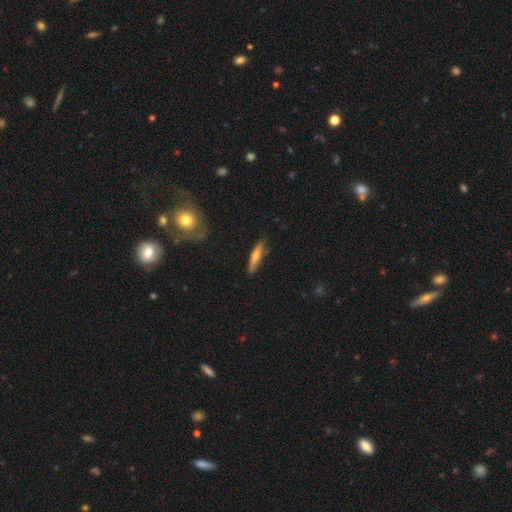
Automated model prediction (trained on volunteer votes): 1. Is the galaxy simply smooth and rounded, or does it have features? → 56% smooth, 38% featured or disk, 6% star or artifact.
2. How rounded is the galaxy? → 85% cigar-shaped, 13% in between, 2% round.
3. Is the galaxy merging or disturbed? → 81% none, 14% minor disturbance, 3% major disturbance, 2% merger.